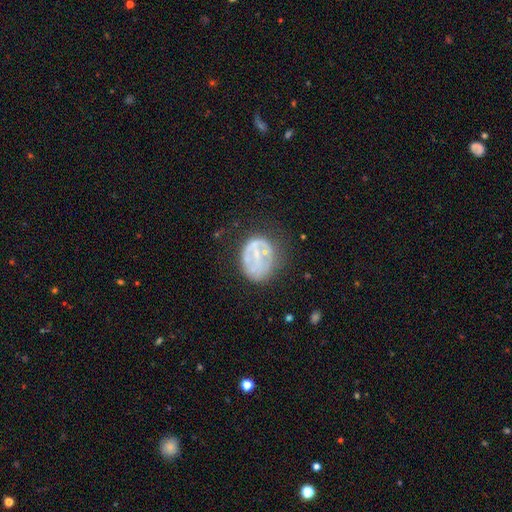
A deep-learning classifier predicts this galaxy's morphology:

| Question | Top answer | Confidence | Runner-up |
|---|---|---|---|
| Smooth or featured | featured or disk | 57% | smooth (31%) |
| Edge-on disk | no | 97% | yes (3%) |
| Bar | no | 62% | weak (27%) |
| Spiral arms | no | 68% | yes (32%) |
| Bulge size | small | 54% | none (22%) |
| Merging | none | 50% | minor disturbance (26%) |